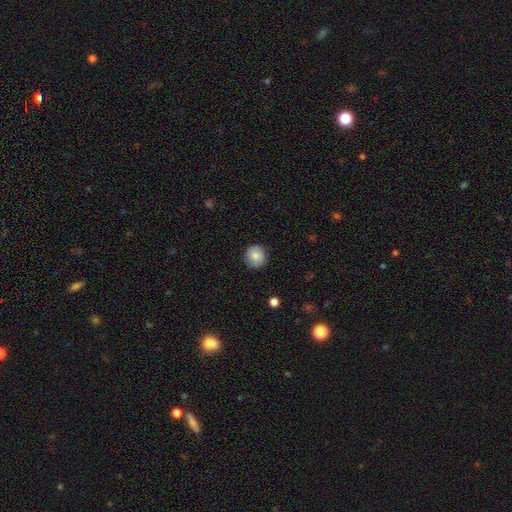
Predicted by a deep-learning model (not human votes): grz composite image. It shows a smooth galaxy with no disk features (84%) that is round (91%). Merging: none (88%).